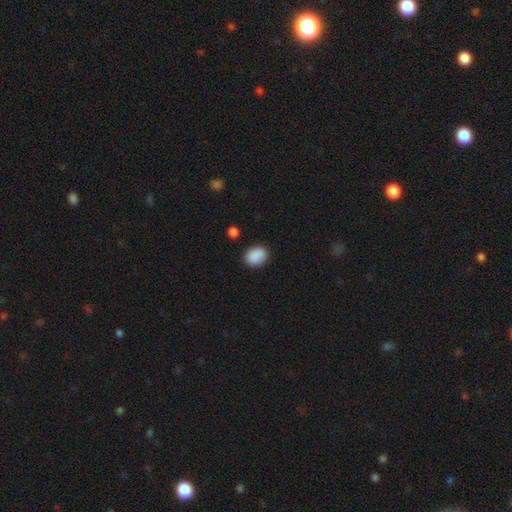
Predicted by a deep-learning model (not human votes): This is clearly a smooth galaxy (89%). How rounded: possibly in between (53%). Merging: clearly none (83%).